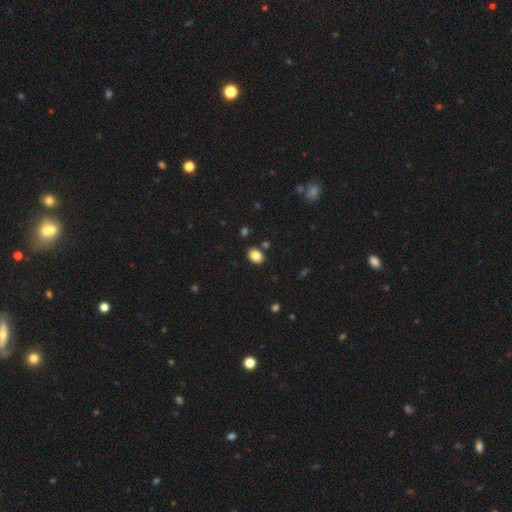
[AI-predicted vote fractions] Smooth or featured?
  - smooth: 85% *
  - star or artifact: 9%
  - featured or disk: 6%
How rounded?
  - in between: 72% *
  - round: 28%
  - cigar-shaped: 1%
Merging?
  - none: 87% *
  - minor disturbance: 8%
  - merger: 3%
  - major disturbance: 2%